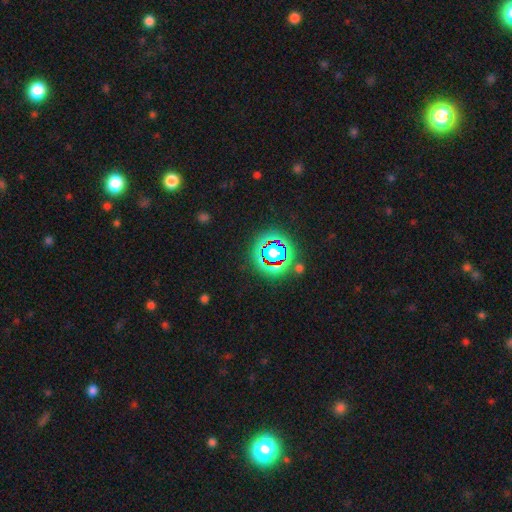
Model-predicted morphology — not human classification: A star or artifact, not a galaxy (79%).

Vote fractions:
- Smooth or featured? star or artifact: 79% / smooth: 14% / featured or disk: 7%